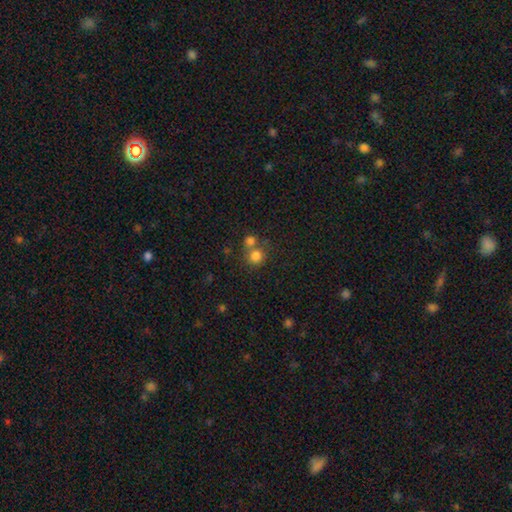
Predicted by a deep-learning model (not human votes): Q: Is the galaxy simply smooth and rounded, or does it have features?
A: smooth — 79%.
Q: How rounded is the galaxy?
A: round — 86%.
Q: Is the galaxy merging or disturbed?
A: none — 50%.